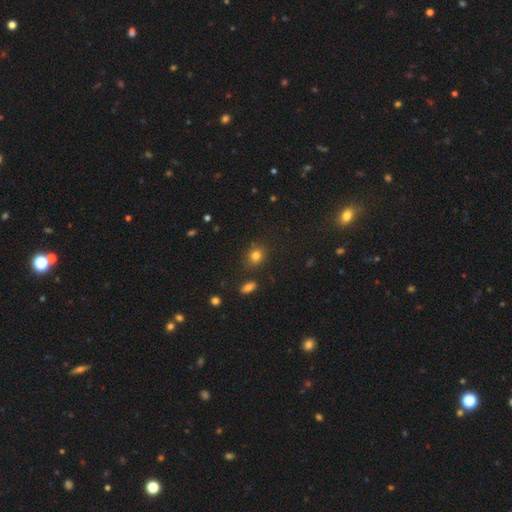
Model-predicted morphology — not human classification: Smooth or featured: smooth — 80% (star or artifact — 13%)
How rounded: round — 69% (in between — 30%)
Merging: none — 80% (minor disturbance — 12%)